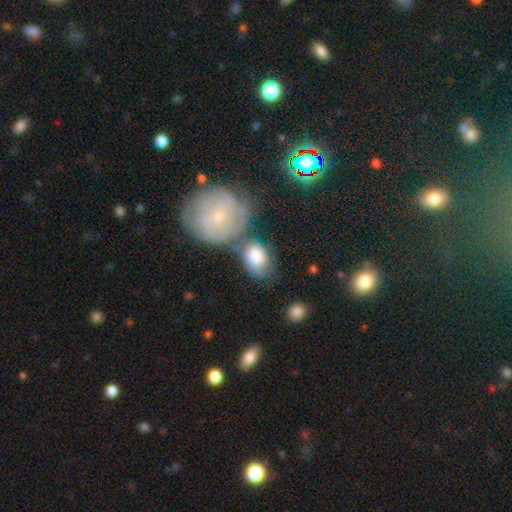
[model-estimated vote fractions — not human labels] A smooth galaxy with no disk features (54%) that is in between round and cigar-shaped (65%).

Vote fractions:
- Smooth or featured? smooth: 54% / featured or disk: 37% / star or artifact: 8%
- How rounded? in between: 65% / round: 34% / cigar-shaped: 1%
- Merging? none: 39% / merger: 28% / minor disturbance: 21% / major disturbance: 12%